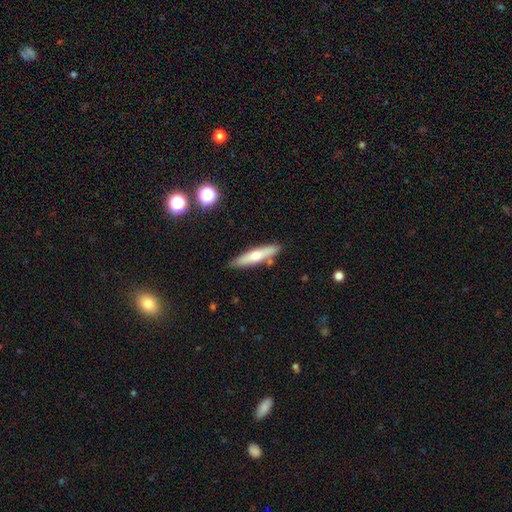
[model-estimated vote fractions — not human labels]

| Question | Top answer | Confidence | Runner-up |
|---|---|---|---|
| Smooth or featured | smooth | 56% | featured or disk (38%) |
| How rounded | cigar-shaped | 83% | in between (15%) |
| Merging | none | 81% | minor disturbance (11%) |